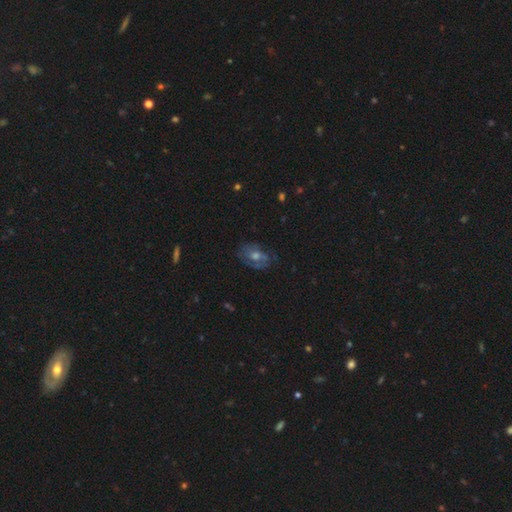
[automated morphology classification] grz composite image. It shows a featured or disk galaxy (52%). Merging: none (71%).